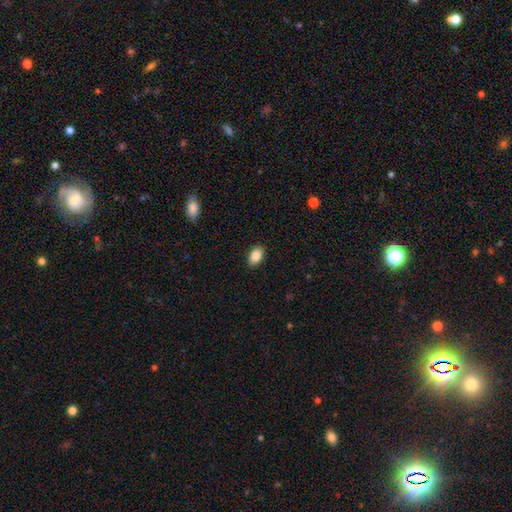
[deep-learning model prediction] Smooth or featured?
  - smooth: 87% *
  - star or artifact: 8%
  - featured or disk: 6%
How rounded?
  - in between: 89% *
  - round: 9%
  - cigar-shaped: 1%
Merging?
  - none: 89% *
  - minor disturbance: 8%
  - major disturbance: 2%
  - merger: 1%